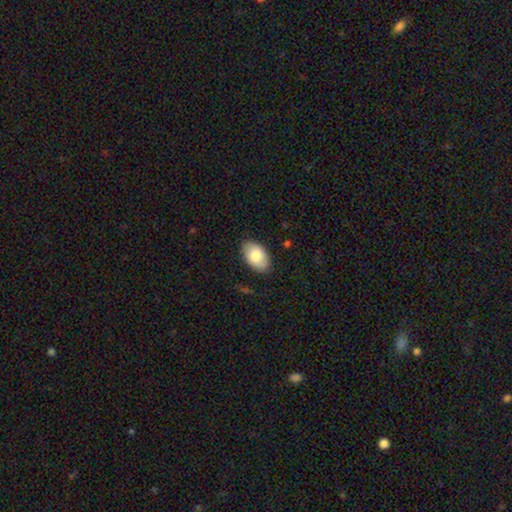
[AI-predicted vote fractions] Overall: smooth (82%). How rounded: in between (93%). Merging: none (85%).